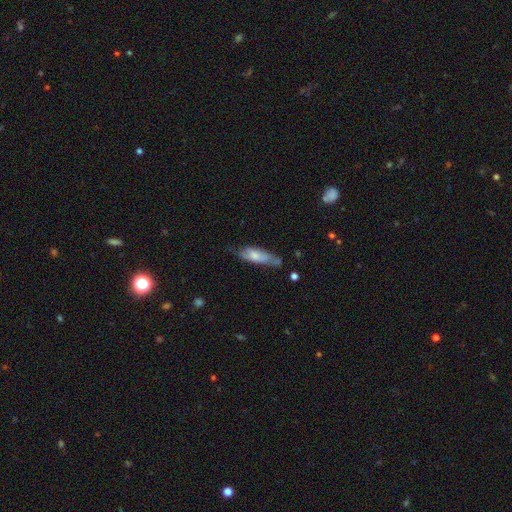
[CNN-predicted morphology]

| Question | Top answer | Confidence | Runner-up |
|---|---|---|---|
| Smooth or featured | smooth | 62% | featured or disk (32%) |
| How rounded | cigar-shaped | 52% | in between (47%) |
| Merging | none | 45% | minor disturbance (35%) |